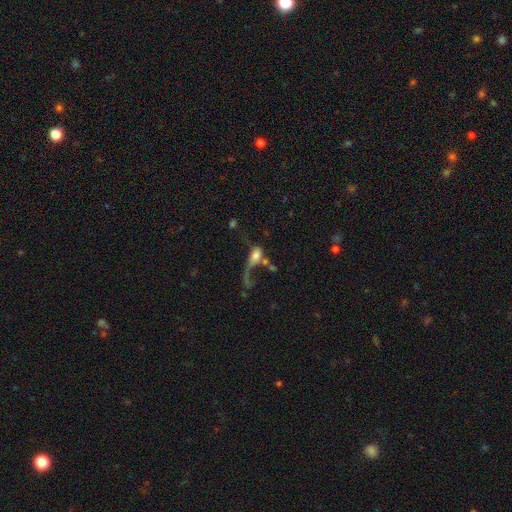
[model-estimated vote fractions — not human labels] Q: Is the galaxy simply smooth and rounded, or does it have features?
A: smooth — 51%.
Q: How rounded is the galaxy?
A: in between — 75%.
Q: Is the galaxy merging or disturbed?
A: major disturbance — 51%.